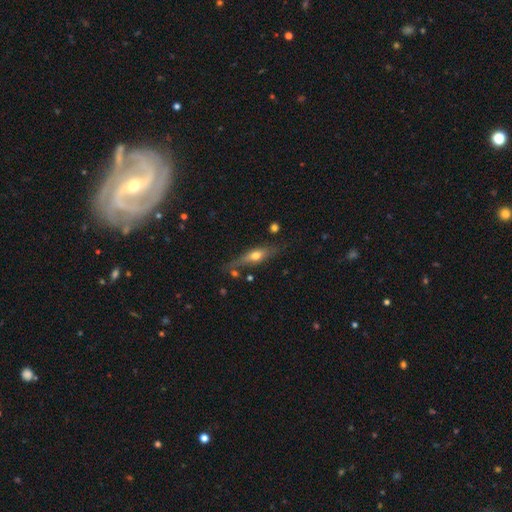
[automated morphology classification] smooth-or-featured: featured or disk: 52% | smooth: 41% | star or artifact: 7%
  disk-edge-on: yes: 86% | no: 14%
  merging: none: 71% | minor disturbance: 18% | merger: 6% | major disturbance: 5%